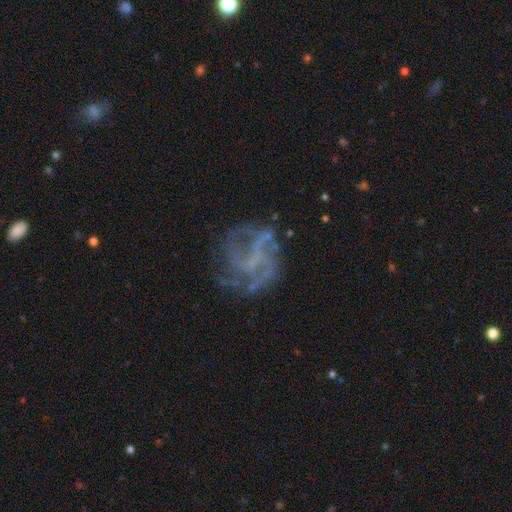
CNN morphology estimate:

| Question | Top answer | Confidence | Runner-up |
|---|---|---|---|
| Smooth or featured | featured or disk | 76% | star or artifact (14%) |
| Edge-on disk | no | 98% | yes (2%) |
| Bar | no | 51% | weak (34%) |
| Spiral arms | yes | 85% | no (15%) |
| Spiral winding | medium | 42% | loose (31%) |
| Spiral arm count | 3 | 29% | can't tell (27%) |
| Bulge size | none | 67% | small (23%) |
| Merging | none | 65% | major disturbance (17%) |